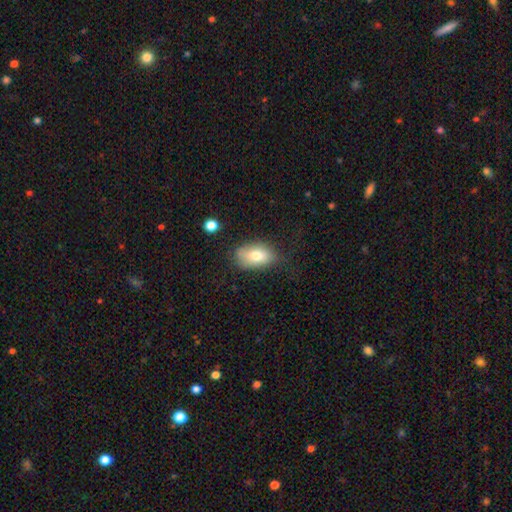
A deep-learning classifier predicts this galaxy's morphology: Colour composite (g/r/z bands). It shows a smooth galaxy with no disk features (73%) that is in between round and cigar-shaped (88%). Merging: none (64%).